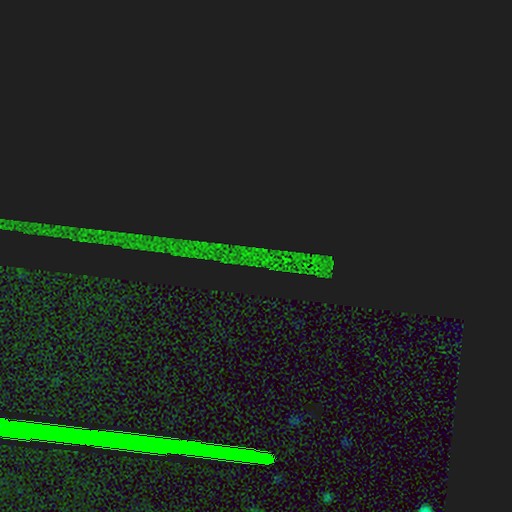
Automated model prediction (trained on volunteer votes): Overall: star or artifact (87%).